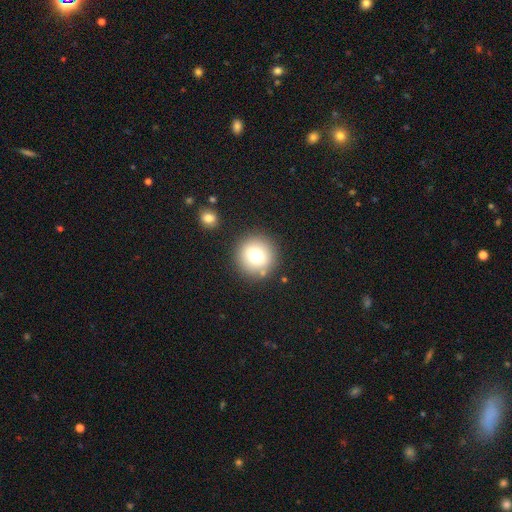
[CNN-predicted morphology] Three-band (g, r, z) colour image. It shows a smooth galaxy with no disk features (74%) that is round (94%). Merging: none (85%).